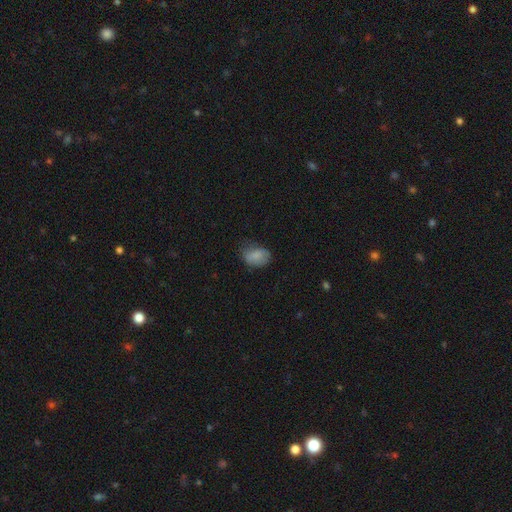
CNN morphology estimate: Q: Smooth or featured?
A: smooth (82%); runner-up: featured or disk (10%)
Q: How rounded?
A: in between (78%); runner-up: round (20%)
Q: Merging?
A: none (57%); runner-up: minor disturbance (32%)